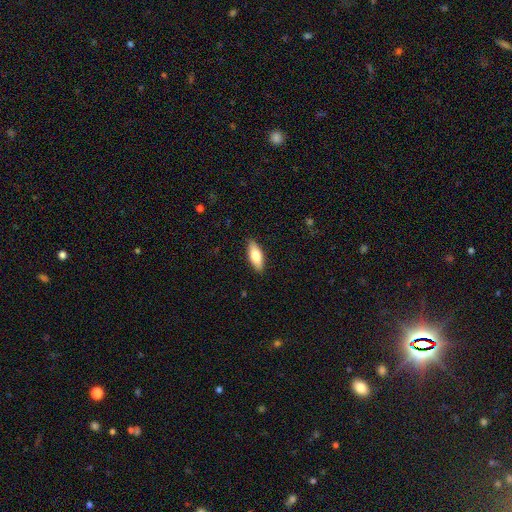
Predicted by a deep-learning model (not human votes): A smooth galaxy with no disk features (76%) that is in between round and cigar-shaped (75%). Merging: none (89%).